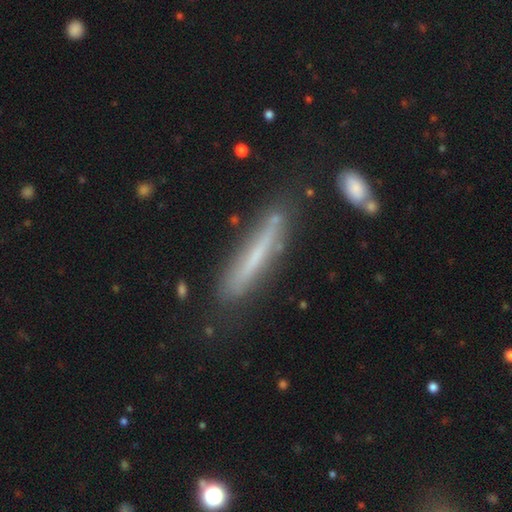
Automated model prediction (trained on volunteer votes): A featured or disk galaxy (47%).

Vote fractions:
- Smooth or featured? featured or disk: 47% / smooth: 45% / star or artifact: 8%
- Merging? none: 73% / minor disturbance: 17% / merger: 5% / major disturbance: 5%